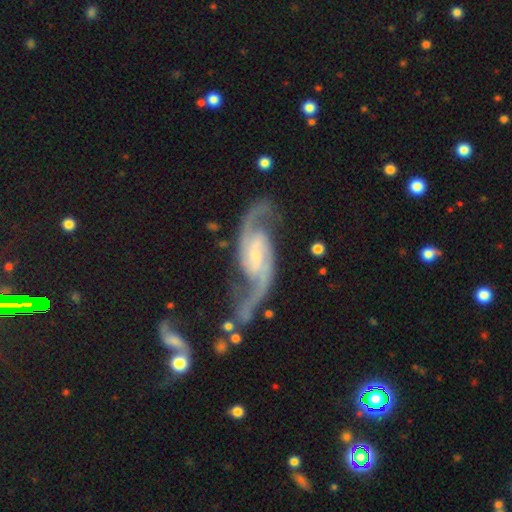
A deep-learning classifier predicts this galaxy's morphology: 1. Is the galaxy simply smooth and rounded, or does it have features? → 92% featured or disk, 4% star or artifact, 3% smooth.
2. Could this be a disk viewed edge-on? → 96% no, 4% yes.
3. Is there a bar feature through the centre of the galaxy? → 43% weak, 36% no, 20% strong.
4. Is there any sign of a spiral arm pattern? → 98% yes, 2% no.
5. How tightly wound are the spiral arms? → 45% loose, 43% medium, 11% tight.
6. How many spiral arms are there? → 93% 2, 2% can't tell, 1% 3, 1% 1, 1% 4, 1% more than 4.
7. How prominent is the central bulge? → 63% small, 26% moderate, 7% none, 3% large, 1% dominant.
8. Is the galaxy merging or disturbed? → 65% none, 17% minor disturbance, 12% major disturbance, 6% merger.